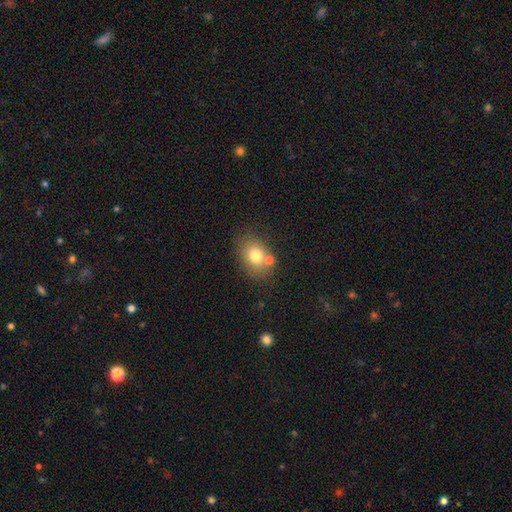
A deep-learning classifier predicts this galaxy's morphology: This is likely a smooth galaxy (76%). How rounded: possibly in between (57%). Merging: likely none (67%).